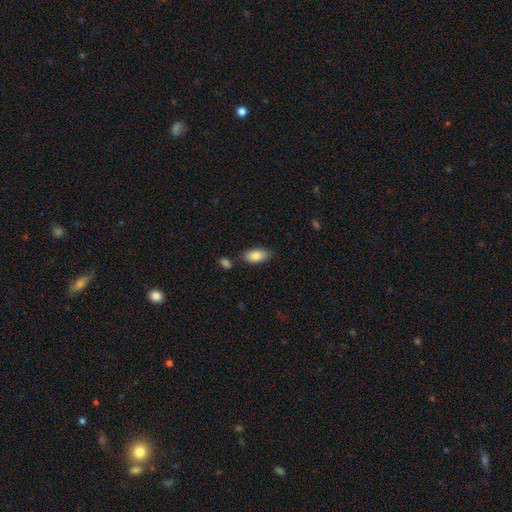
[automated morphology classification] The model was most divided on "merging": none: 79%, minor disturbance: 12%, merger: 6%, major disturbance: 3%. More confident: how rounded — in between (92%); smooth or featured — smooth (83%).